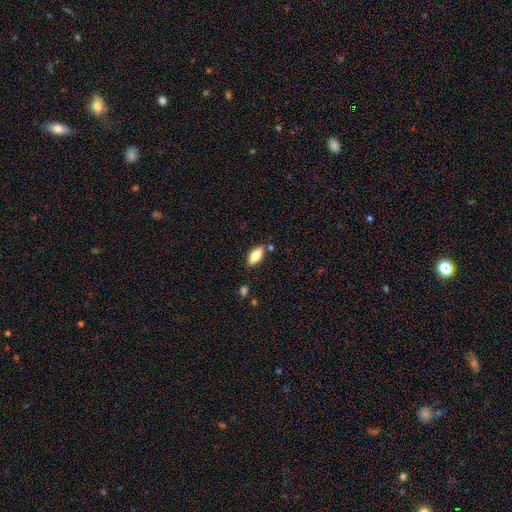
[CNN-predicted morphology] A smooth galaxy with no disk features (74%) that is in between round and cigar-shaped (80%). Merging: none (79%).